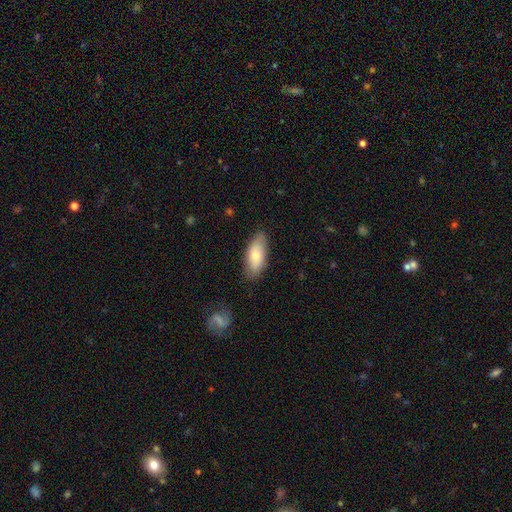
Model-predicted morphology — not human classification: This is likely a smooth galaxy (74%). How rounded: clearly in between (84%). Merging: clearly none (81%).